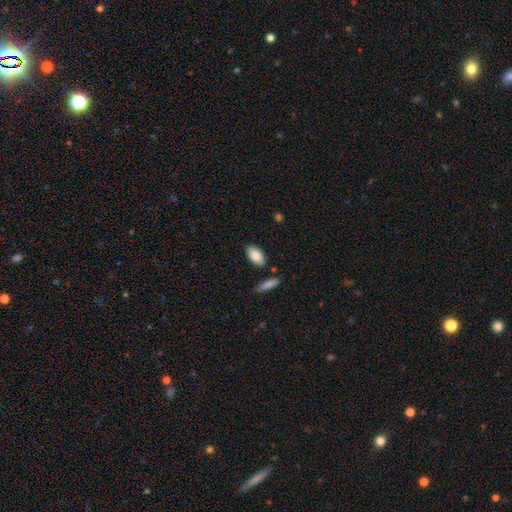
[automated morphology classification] Smooth or featured? Predicted: smooth (p=0.87). How rounded? Predicted: in between (p=0.92). Merging? Predicted: none (p=0.81).